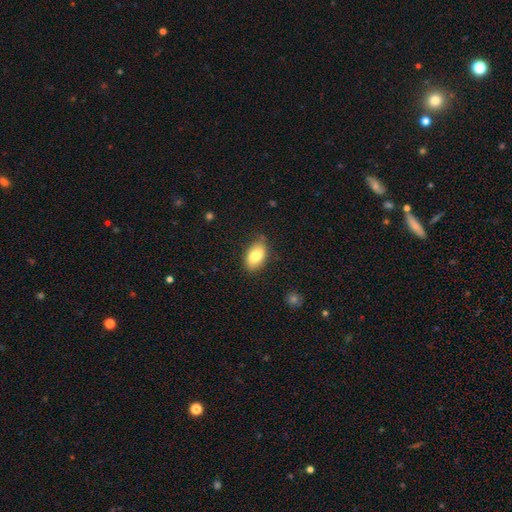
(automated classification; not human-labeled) Overall: smooth (80%). How rounded: in between (91%). Merging: none (74%).